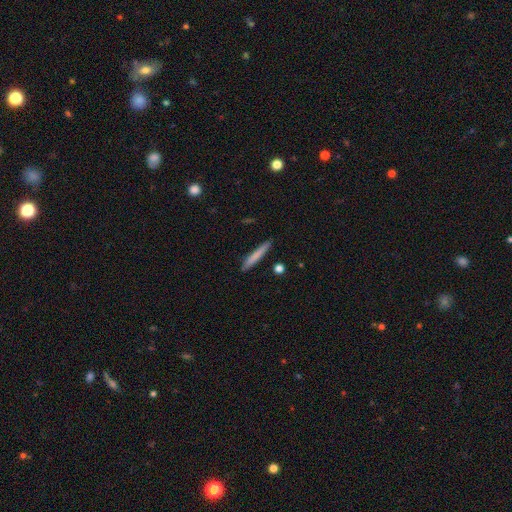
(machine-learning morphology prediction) Smooth or featured? smooth (76%)
How rounded? cigar-shaped (95%)
Merging? none (88%)